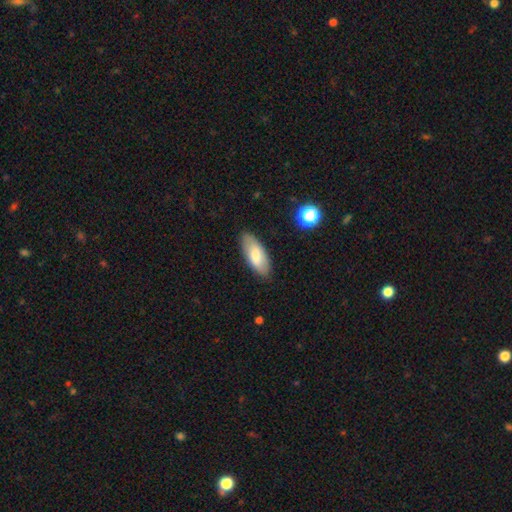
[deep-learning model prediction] smooth_or_featured: smooth (p=0.76) [alt: featured or disk p=0.17]
how_rounded: in between (p=0.82) [alt: cigar-shaped p=0.16]
merging: none (p=0.84) [alt: minor disturbance p=0.12]